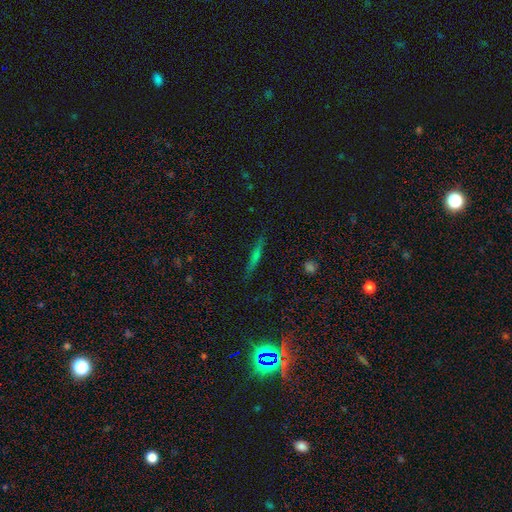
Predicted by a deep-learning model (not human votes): smooth_or_featured: featured or disk (p=0.46) [alt: smooth p=0.38]
merging: none (p=0.88) [alt: minor disturbance p=0.09]